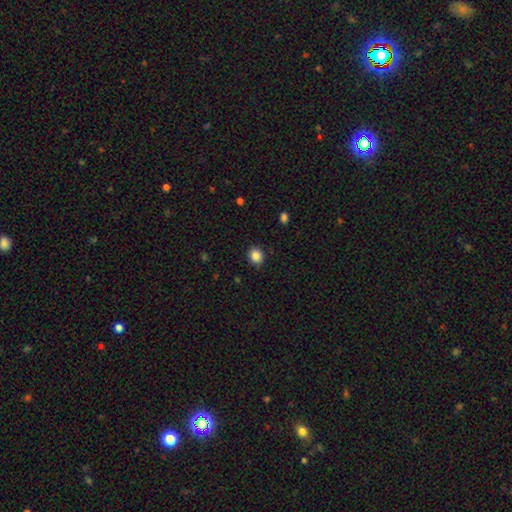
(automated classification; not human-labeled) Smooth or featured: smooth — 86% (star or artifact — 10%)
How rounded: round — 77% (in between — 22%)
Merging: none — 89% (minor disturbance — 8%)